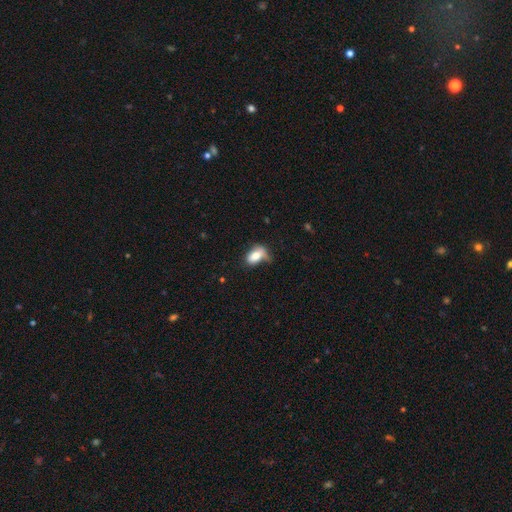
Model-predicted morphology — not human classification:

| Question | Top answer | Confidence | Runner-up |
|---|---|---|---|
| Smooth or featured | smooth | 79% | featured or disk (13%) |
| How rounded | in between | 90% | round (7%) |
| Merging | none | 38% | minor disturbance (36%) |